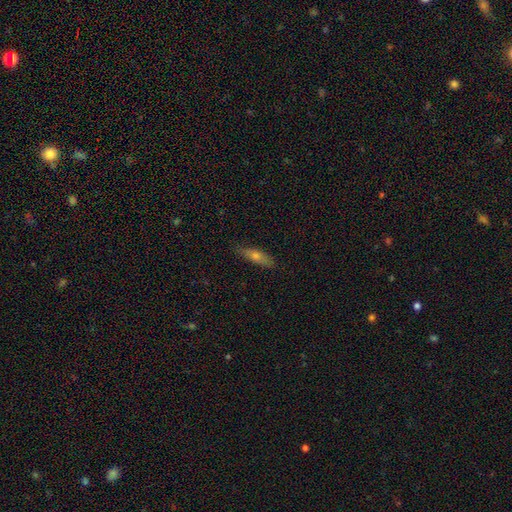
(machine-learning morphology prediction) This is possibly a smooth galaxy (54%). How rounded: likely cigar-shaped (66%). Merging: clearly none (83%).